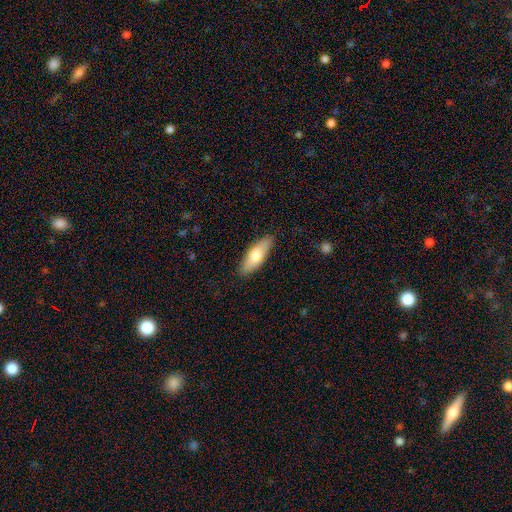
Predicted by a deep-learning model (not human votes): The model was most divided on "how rounded": in between: 58%, cigar-shaped: 40%, round: 2%. More confident: merging — none (87%); smooth or featured — smooth (70%).